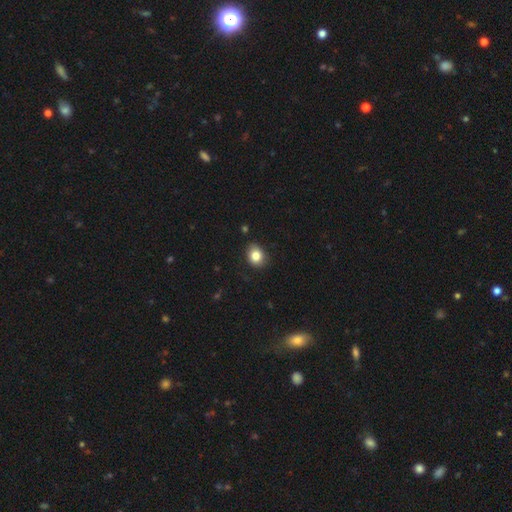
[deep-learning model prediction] smooth_or_featured: smooth (p=0.82) [alt: star or artifact p=0.10]
how_rounded: round (p=0.53) [alt: in between p=0.46]
merging: none (p=0.82) [alt: minor disturbance p=0.14]